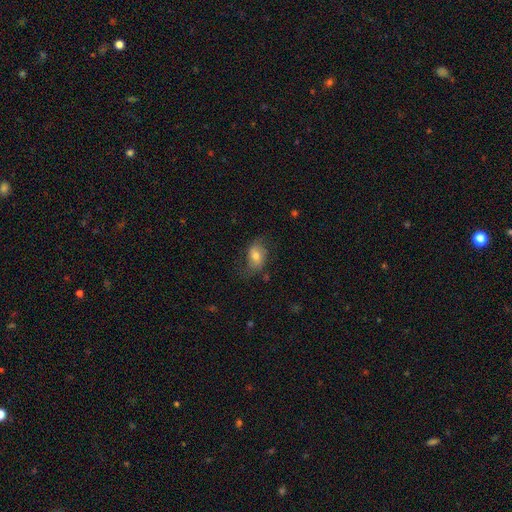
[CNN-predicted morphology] This appears to be a smooth galaxy with no disk features (61%) that is in between round and cigar-shaped (82%). Merging: none (63%).